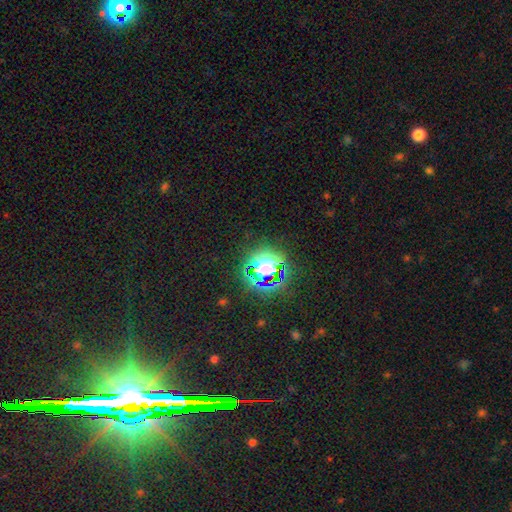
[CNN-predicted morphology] star or artifact 73%, smooth 19%, featured or disk 8%.